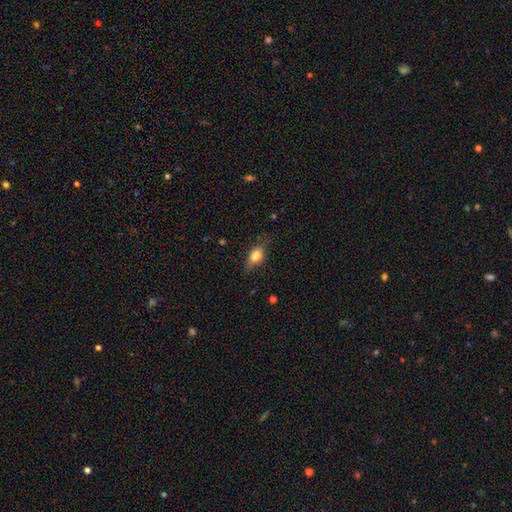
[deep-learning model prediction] Smooth or featured? Predicted: smooth (p=0.75). How rounded? Predicted: in between (p=0.78). Merging? Predicted: none (p=0.73).